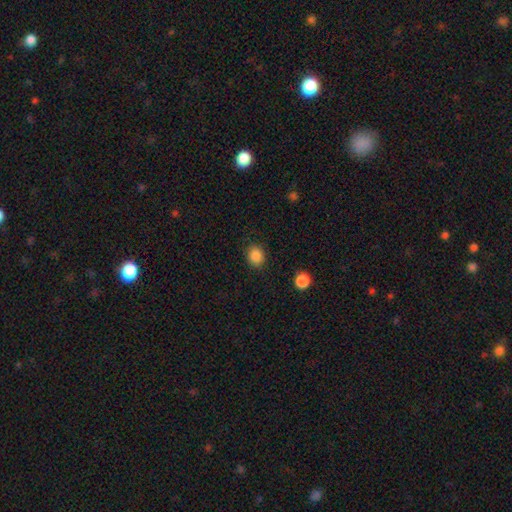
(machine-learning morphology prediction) smooth_or_featured: smooth (p=0.87) [alt: star or artifact p=0.09]
how_rounded: round (p=0.64) [alt: in between p=0.35]
merging: none (p=0.86) [alt: minor disturbance p=0.10]